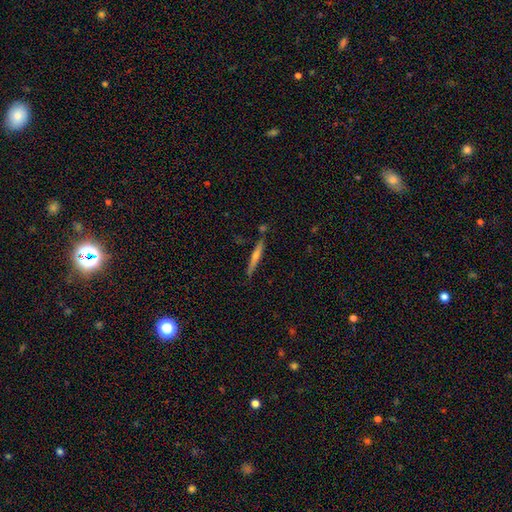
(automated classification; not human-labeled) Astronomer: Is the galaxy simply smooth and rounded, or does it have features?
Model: featured or disk — 63%.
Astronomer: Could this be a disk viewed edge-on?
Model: yes — 97%.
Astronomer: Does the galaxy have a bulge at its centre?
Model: rounded — 71%.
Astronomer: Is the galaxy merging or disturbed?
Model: none — 86%.